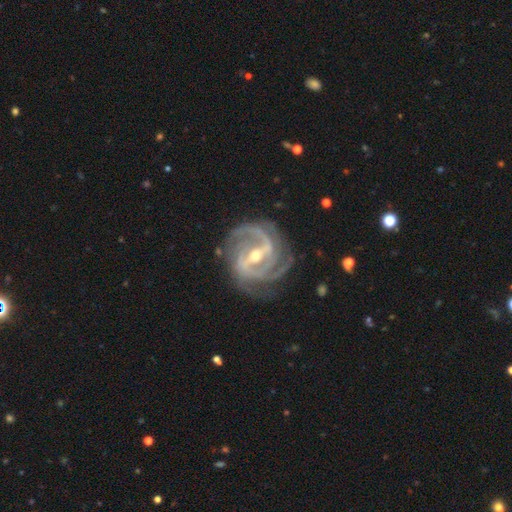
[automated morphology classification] smooth-or-featured: featured or disk: 93% | star or artifact: 4% | smooth: 3%
  disk-edge-on: no: 97% | yes: 3%
    bar: strong: 63% | weak: 29% | no: 8%
    has-spiral-arms: yes: 98% | no: 2%
      spiral-winding: tight: 47% | medium: 44% | loose: 8%
      spiral-arm-count: 3: 36% | 2: 30% | 4: 13% | can't tell: 10% | more than 4: 5% | 1: 5%
    bulge-size: moderate: 49% | small: 48% | large: 2% | none: 1% | dominant: 1%
  merging: none: 75% | minor disturbance: 16% | major disturbance: 7% | merger: 1%